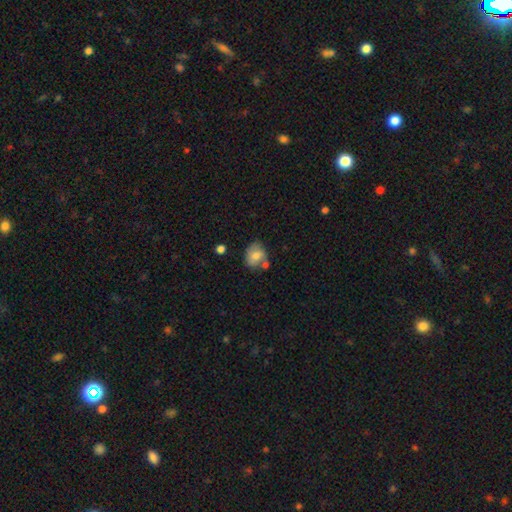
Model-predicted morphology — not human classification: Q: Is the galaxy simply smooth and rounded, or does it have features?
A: smooth — 72%.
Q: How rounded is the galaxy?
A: round — 53%.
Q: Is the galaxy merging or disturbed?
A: none — 52%.